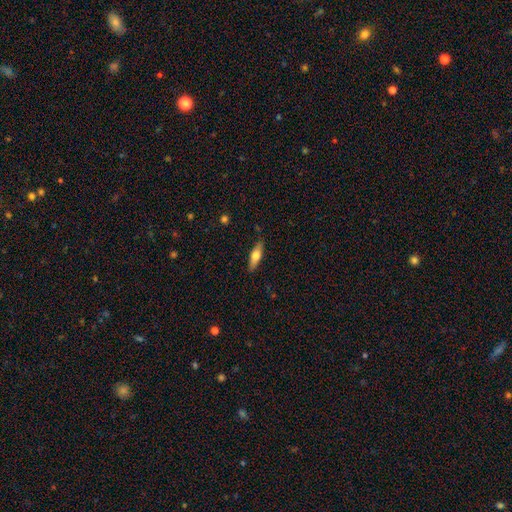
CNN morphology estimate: smooth 59%, featured or disk 35%, star or artifact 6%. Down the decision tree: how rounded — cigar-shaped (54%); merging — none (86%).